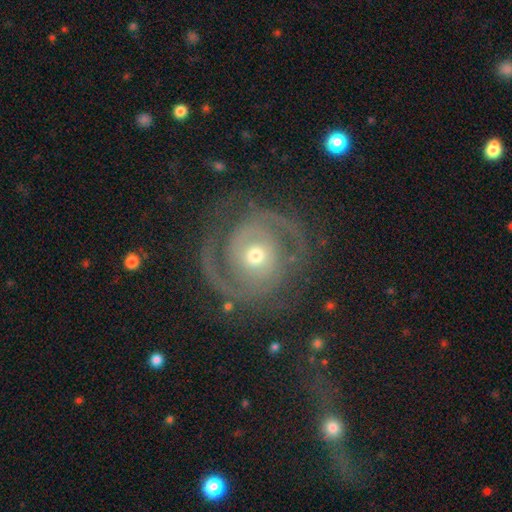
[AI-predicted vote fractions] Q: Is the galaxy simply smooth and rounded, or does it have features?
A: featured or disk — 86%.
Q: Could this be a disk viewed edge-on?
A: no — 98%.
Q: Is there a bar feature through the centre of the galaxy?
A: no — 70%.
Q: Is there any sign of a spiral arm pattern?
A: yes — 93%.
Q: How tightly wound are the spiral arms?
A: tight — 54%.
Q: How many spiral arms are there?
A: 2 — 76%.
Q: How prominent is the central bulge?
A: moderate — 55%.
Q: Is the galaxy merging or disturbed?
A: none — 73%.